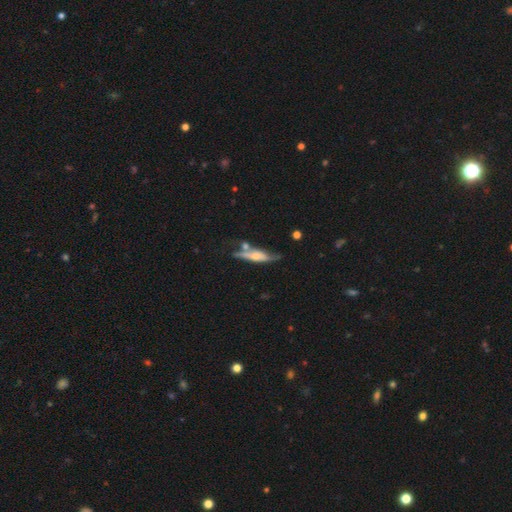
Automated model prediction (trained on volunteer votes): Smooth or featured? Predicted: featured or disk (p=0.63). Edge-on disk? Predicted: yes (p=0.79). Merging? Predicted: none (p=0.51).